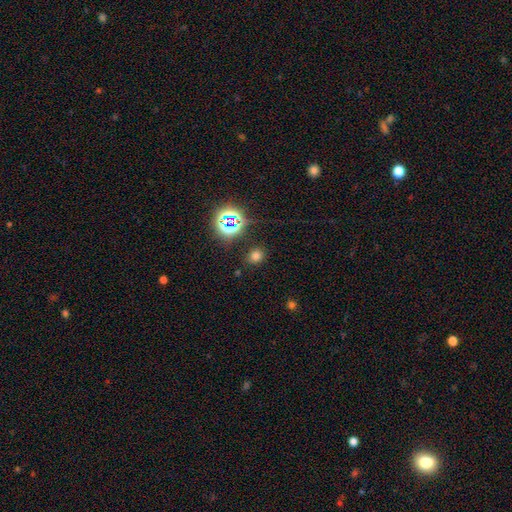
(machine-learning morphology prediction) Smooth or featured: smooth — 67% (star or artifact — 27%)
How rounded: round — 62% (in between — 37%)
Merging: none — 84% (minor disturbance — 10%)